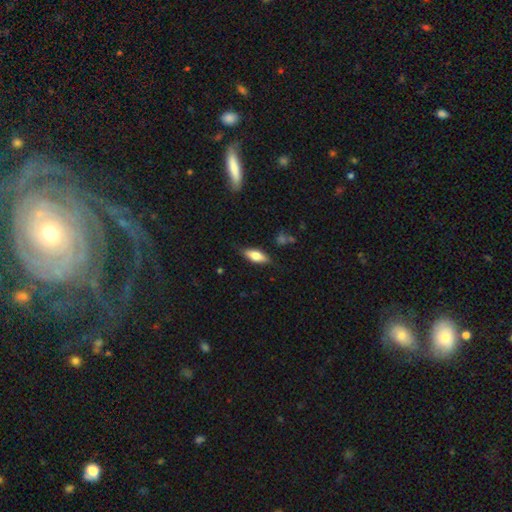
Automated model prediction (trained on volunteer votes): This appears to be a smooth galaxy with no disk features (63%) that is in between round and cigar-shaped (70%). Merging: none (80%).